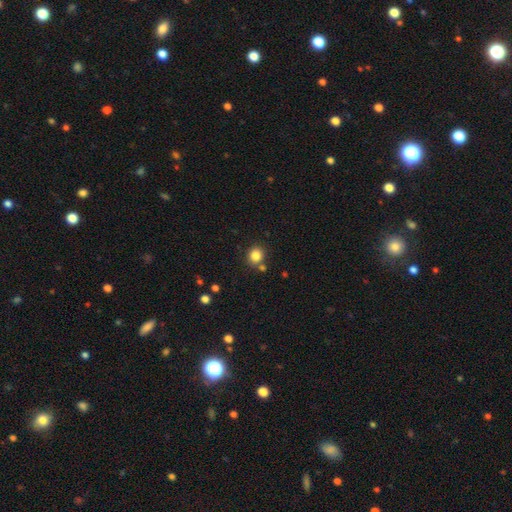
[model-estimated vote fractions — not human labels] Smooth or featured: smooth — 83% (star or artifact — 11%)
How rounded: round — 84% (in between — 15%)
Merging: none — 78% (merger — 10%)